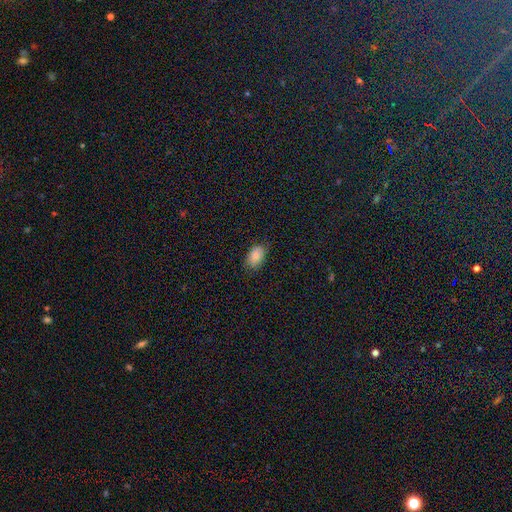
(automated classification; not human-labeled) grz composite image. It shows a smooth galaxy with no disk features (84%) that is in between round and cigar-shaped (91%). Merging: none (78%).